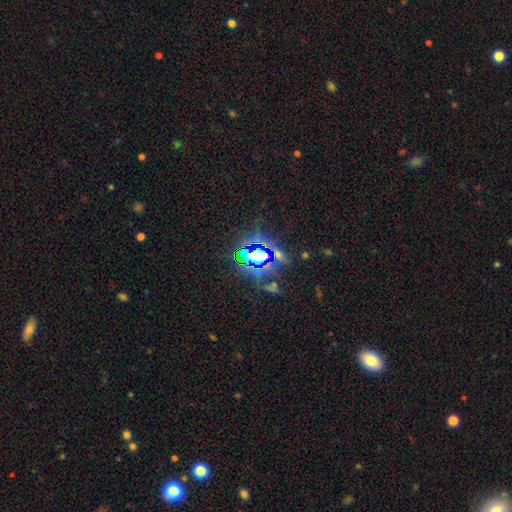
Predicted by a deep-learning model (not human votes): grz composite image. It shows a star or artifact, not a galaxy (77%).